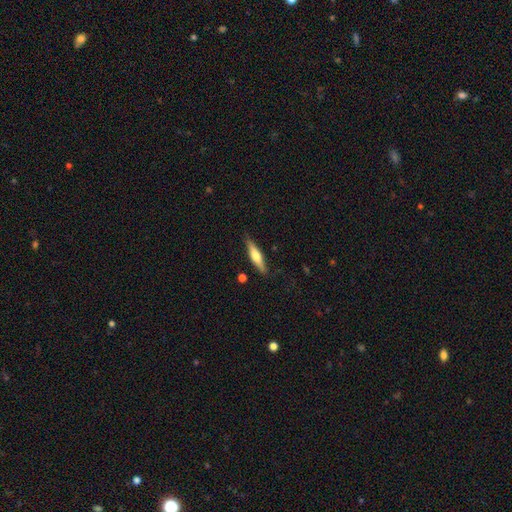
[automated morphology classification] This appears to be a smooth galaxy with no disk features (49%). Merging: none (85%).